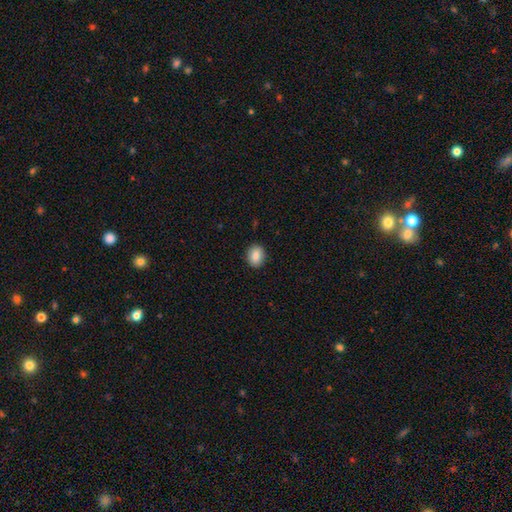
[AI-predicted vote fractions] This appears to be a smooth galaxy with no disk features (86%) that is in between round and cigar-shaped (52%). Merging: none (91%).